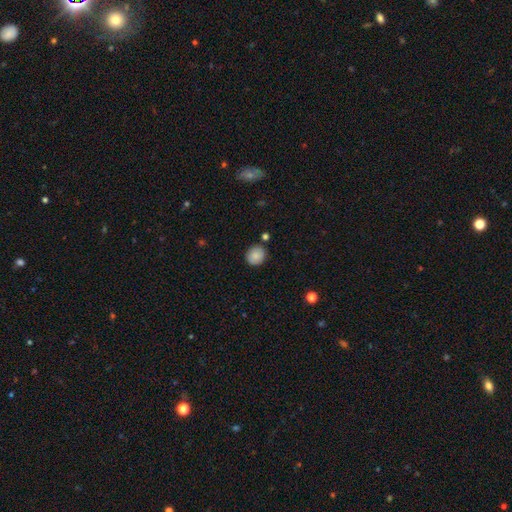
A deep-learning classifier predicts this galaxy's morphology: smooth 85%, star or artifact 8%, featured or disk 7%. Down the decision tree: how rounded — round (83%); merging — none (83%).